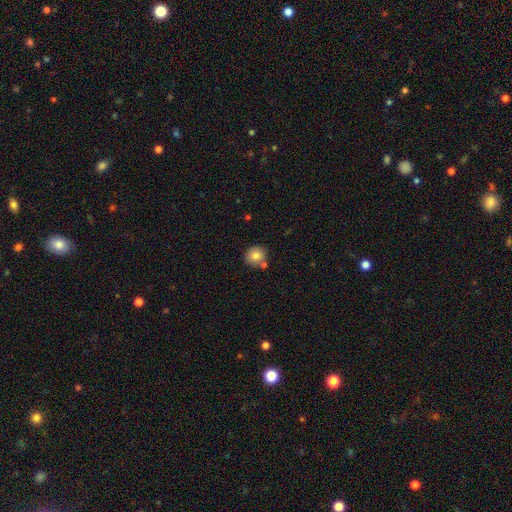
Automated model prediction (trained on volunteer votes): Smooth or featured? smooth (80%)
How rounded? round (89%)
Merging? none (74%)